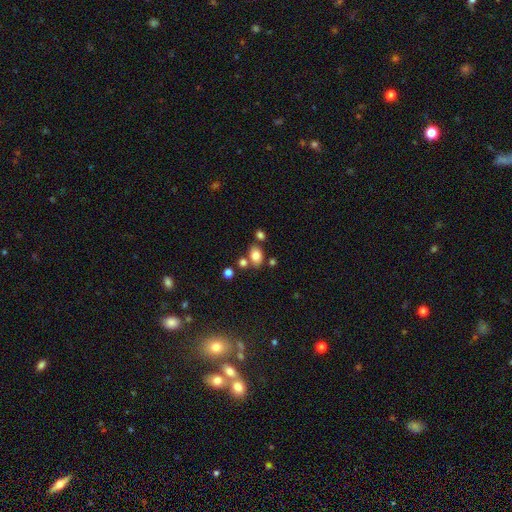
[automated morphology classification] Overall: smooth (80%). How rounded: in between (74%). Merging: none (68%).